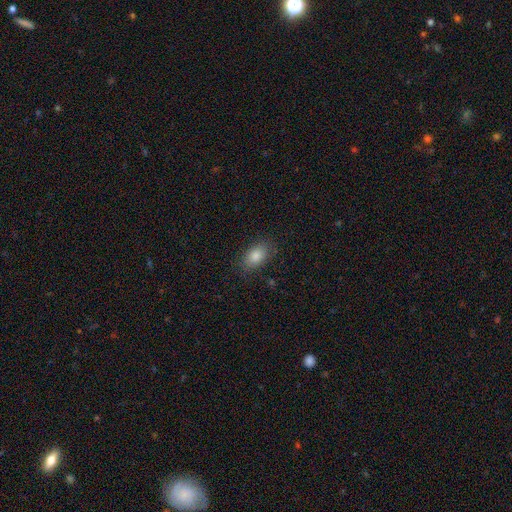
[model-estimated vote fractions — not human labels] Overall: smooth (83%). How rounded: in between (88%). Merging: none (84%).